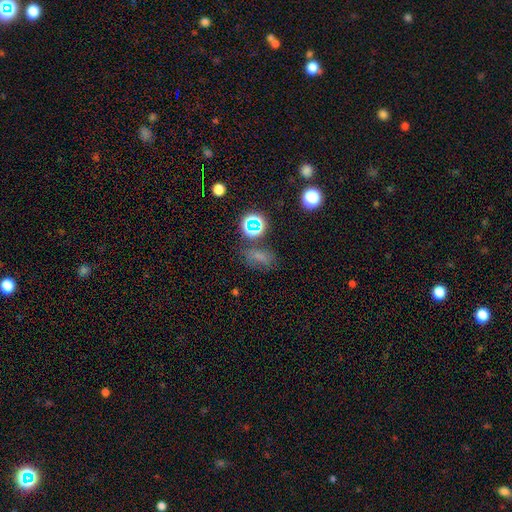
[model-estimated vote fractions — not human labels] A smooth galaxy with no disk features (53%) that is in between round and cigar-shaped (68%). Merging: none (65%).